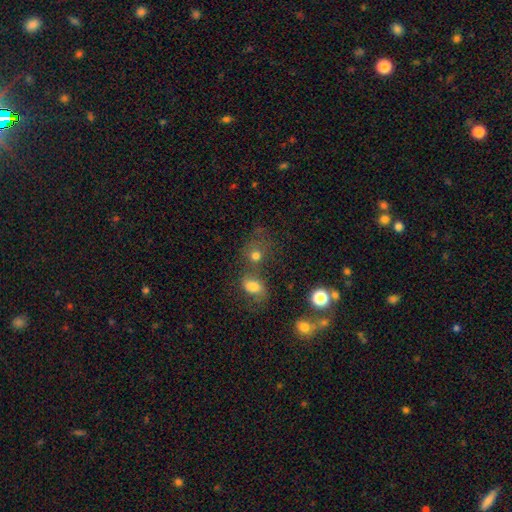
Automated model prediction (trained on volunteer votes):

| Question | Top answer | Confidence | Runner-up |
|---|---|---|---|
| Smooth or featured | smooth | 73% | star or artifact (15%) |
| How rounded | round | 67% | in between (32%) |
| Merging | merger | 41% | none (40%) |